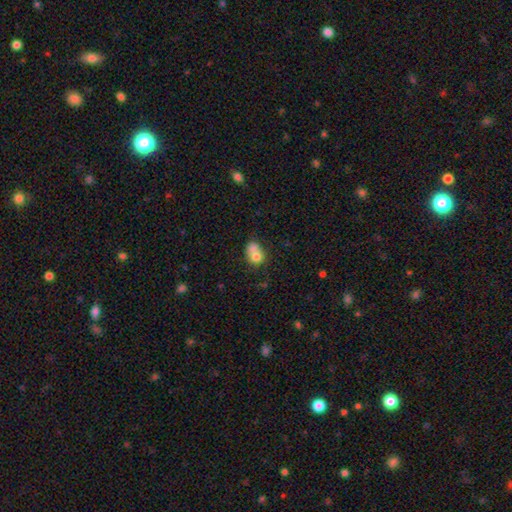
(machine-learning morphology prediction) smooth 73%, featured or disk 18%, star or artifact 10%. Down the decision tree: how rounded — round (56%); merging — merger (60%).